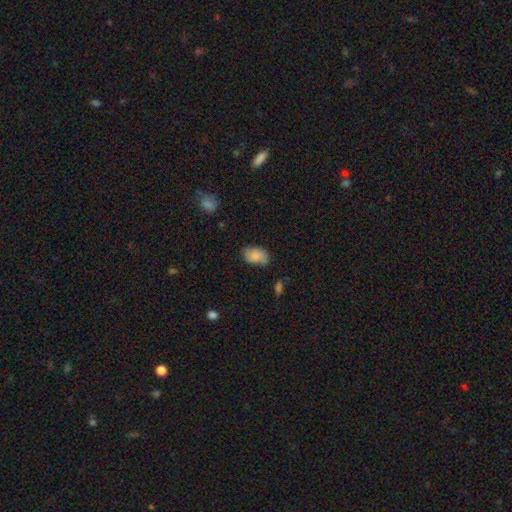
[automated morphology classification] Q: Smooth or featured?
A: smooth (82%); runner-up: featured or disk (10%)
Q: How rounded?
A: in between (89%); runner-up: round (9%)
Q: Merging?
A: none (67%); runner-up: minor disturbance (26%)